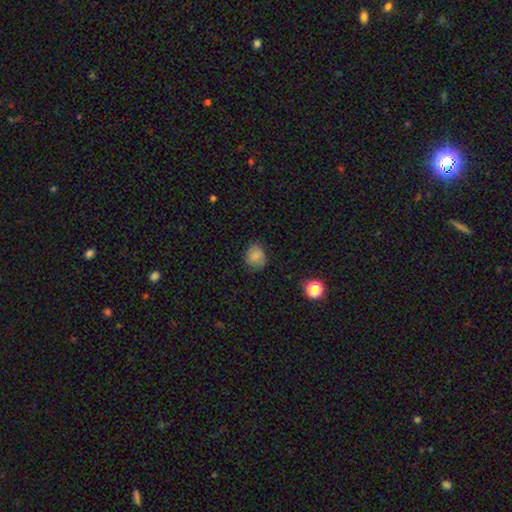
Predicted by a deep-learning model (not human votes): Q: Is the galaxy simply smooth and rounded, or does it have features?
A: smooth — 82%.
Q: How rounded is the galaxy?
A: round — 62%.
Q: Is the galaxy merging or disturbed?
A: none — 72%.